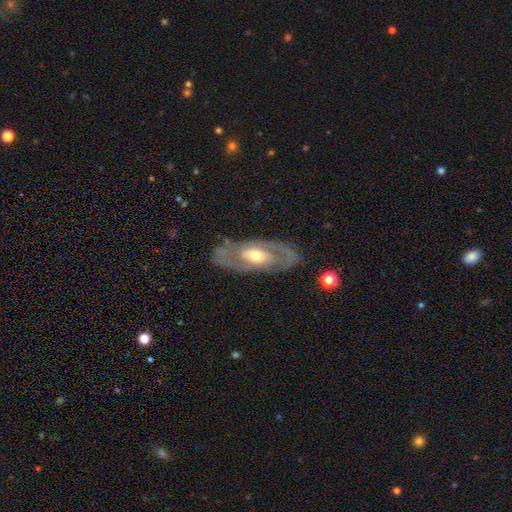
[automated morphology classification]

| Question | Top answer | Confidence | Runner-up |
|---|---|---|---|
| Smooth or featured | featured or disk | 75% | smooth (20%) |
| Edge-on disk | no | 88% | yes (12%) |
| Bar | no | 59% | weak (28%) |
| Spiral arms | yes | 60% | no (40%) |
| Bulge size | moderate | 67% | small (19%) |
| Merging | none | 80% | minor disturbance (13%) |